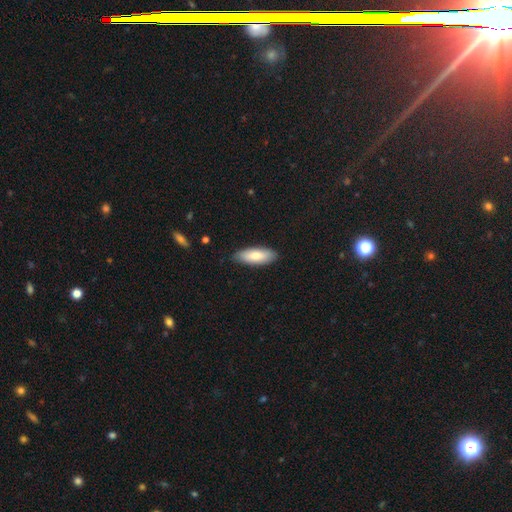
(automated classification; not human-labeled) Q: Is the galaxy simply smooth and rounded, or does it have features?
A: smooth — 79%.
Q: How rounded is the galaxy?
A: in between — 71%.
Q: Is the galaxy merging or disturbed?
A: none — 85%.